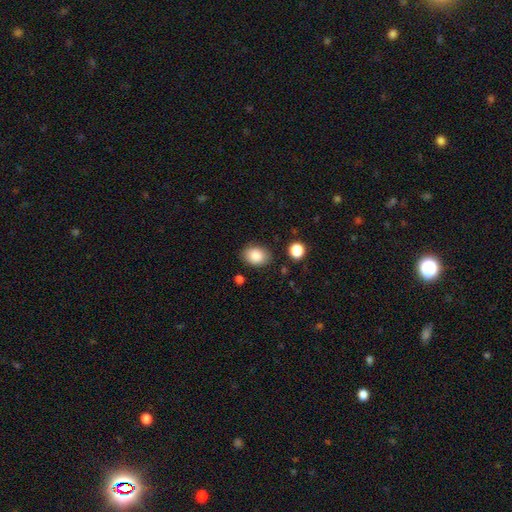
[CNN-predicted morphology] Smooth or featured?
  - smooth: 87% *
  - star or artifact: 8%
  - featured or disk: 5%
How rounded?
  - in between: 69% *
  - round: 30%
  - cigar-shaped: 1%
Merging?
  - none: 83% *
  - minor disturbance: 11%
  - major disturbance: 3%
  - merger: 2%